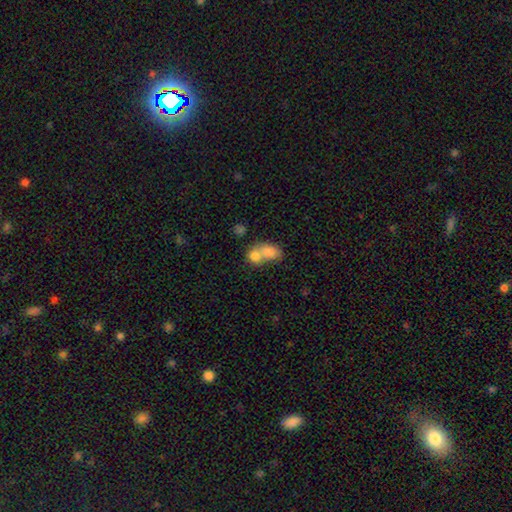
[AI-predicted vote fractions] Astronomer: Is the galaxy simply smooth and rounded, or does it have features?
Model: smooth — 78%.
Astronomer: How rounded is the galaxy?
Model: in between — 58% (runner-up: round, 41%).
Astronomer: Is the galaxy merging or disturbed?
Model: merger — 70%.